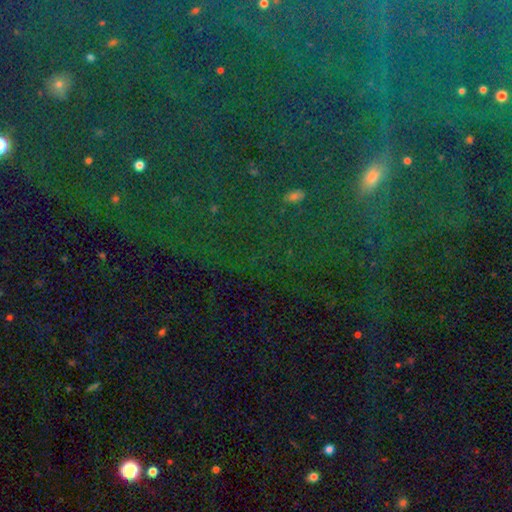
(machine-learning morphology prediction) star or artifact 78%, smooth 11%, featured or disk 11%.